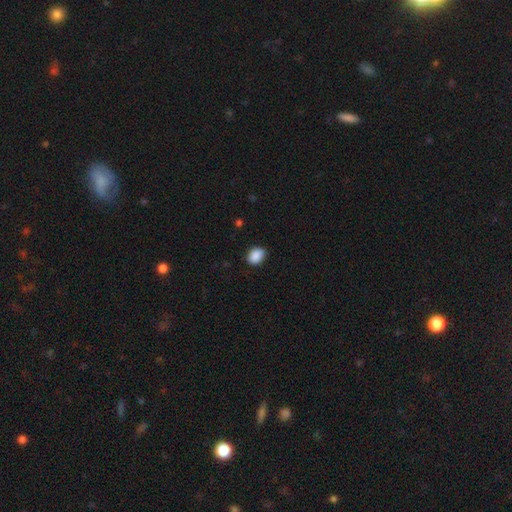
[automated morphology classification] This is clearly a smooth galaxy (89%). How rounded: likely in between (68%). Merging: clearly none (82%).